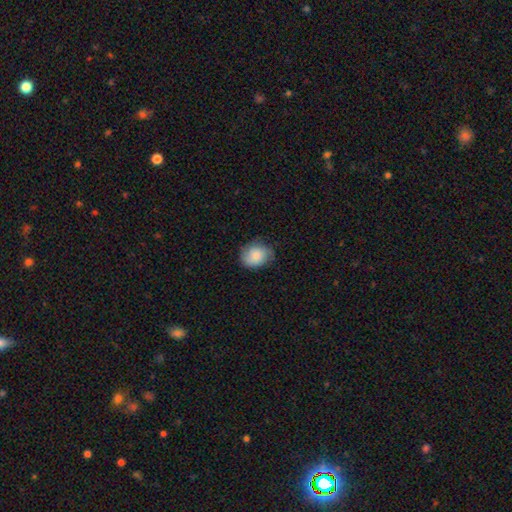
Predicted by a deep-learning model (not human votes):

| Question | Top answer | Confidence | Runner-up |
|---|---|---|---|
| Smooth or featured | smooth | 66% | featured or disk (27%) |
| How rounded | round | 57% | in between (42%) |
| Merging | none | 70% | minor disturbance (23%) |